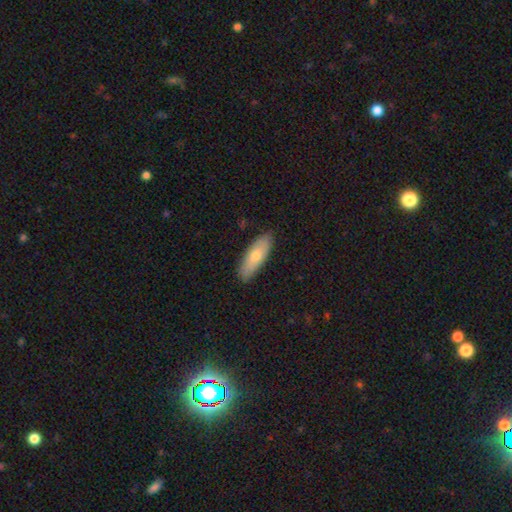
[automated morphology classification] The model was most divided on "how rounded": in between: 56%, cigar-shaped: 42%, round: 2%. More confident: merging — none (88%); smooth or featured — smooth (71%).